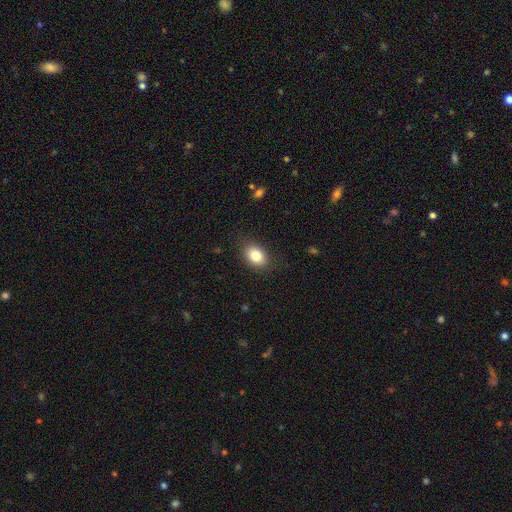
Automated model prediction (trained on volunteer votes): Smooth or featured: smooth — 82% (star or artifact — 9%)
How rounded: in between — 75% (round — 24%)
Merging: none — 83% (minor disturbance — 13%)